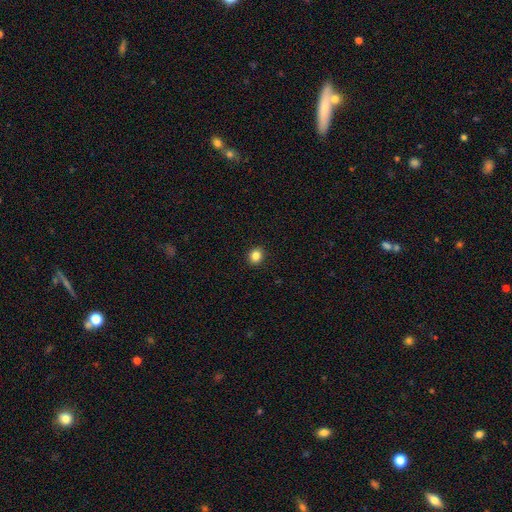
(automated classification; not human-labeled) The model was most divided on "how rounded": round: 75%, in between: 25%, cigar-shaped: 1%. More confident: merging — none (92%); smooth or featured — smooth (85%).